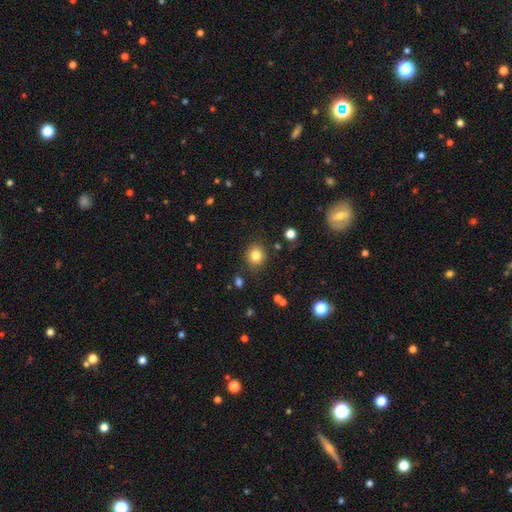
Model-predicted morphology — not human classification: Q: Smooth or featured?
A: smooth (82%); runner-up: star or artifact (11%)
Q: How rounded?
A: round (84%); runner-up: in between (15%)
Q: Merging?
A: none (86%); runner-up: minor disturbance (8%)